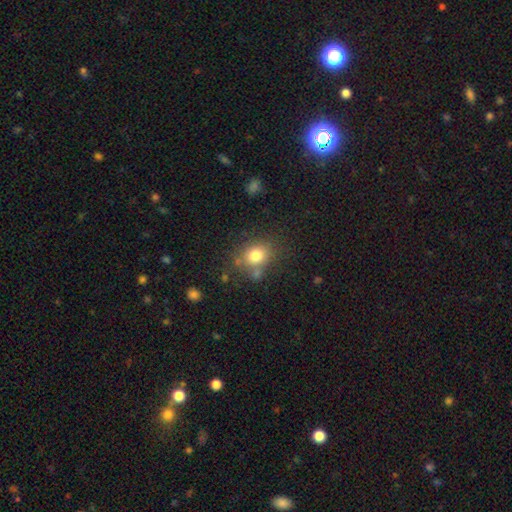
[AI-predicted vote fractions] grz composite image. It shows a smooth galaxy with no disk features (78%) that is round (63%). Merging: none (67%).